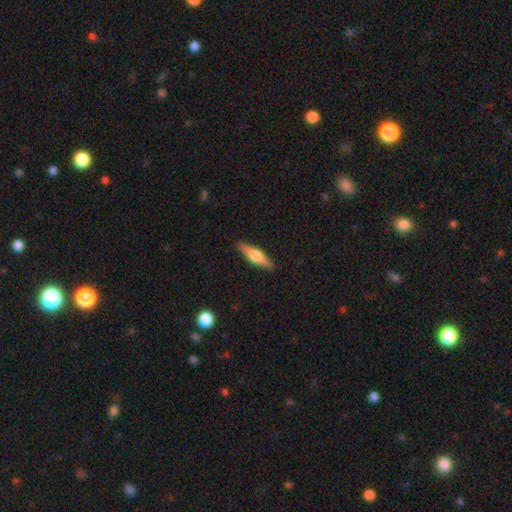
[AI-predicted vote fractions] Morphology: type=featured or disk (57%); edge-on=yes (95%); edge-on bulge=rounded (92%); merging=none (90%).